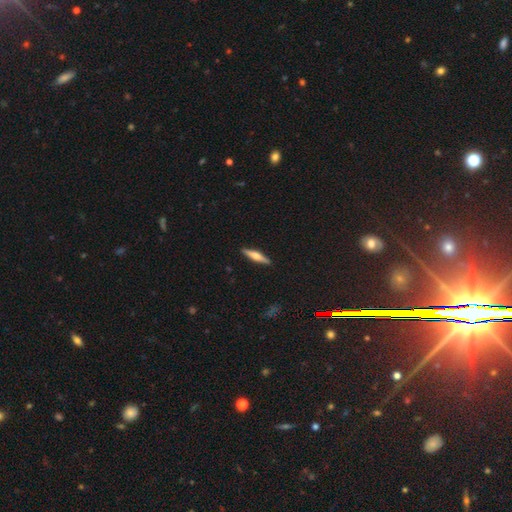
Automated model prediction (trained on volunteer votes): Overall: featured or disk (57%; smooth 37%). Edge-on disk: yes (97%). Edge-on bulge: rounded (89%). Merging: none (91%).